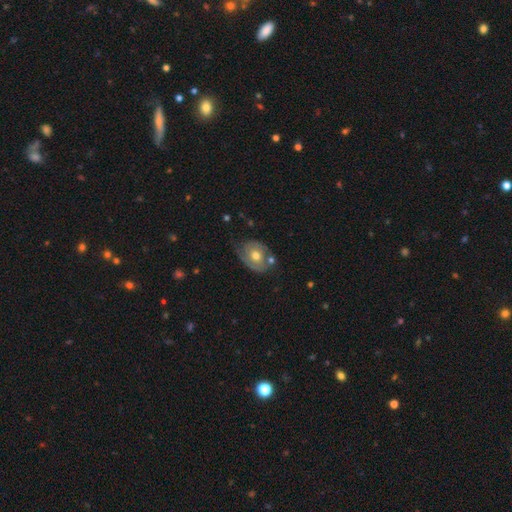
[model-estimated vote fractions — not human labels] Morphology: type=featured or disk (55%); edge-on=no (95%); bar=no (78%); spiral arms=yes (61%); bulge=moderate (75%); merging=none (58%).